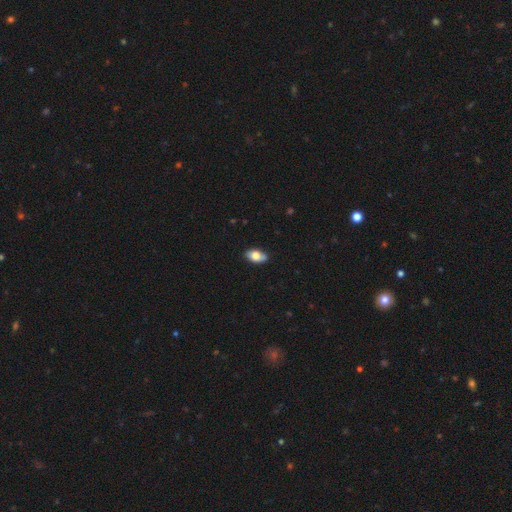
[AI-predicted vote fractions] Smooth or featured? smooth (77%)
How rounded? in between (92%)
Merging? none (83%)